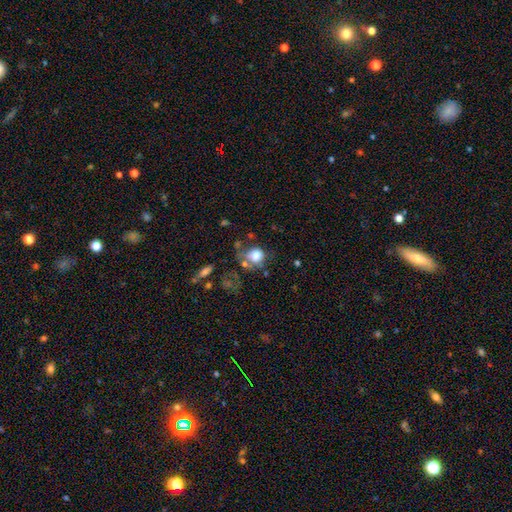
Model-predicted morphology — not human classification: The model was most divided on "merging": none: 36%, merger: 21%, major disturbance: 21%, minor disturbance: 21%. More confident: smooth or featured — smooth (73%); how rounded — round (67%).